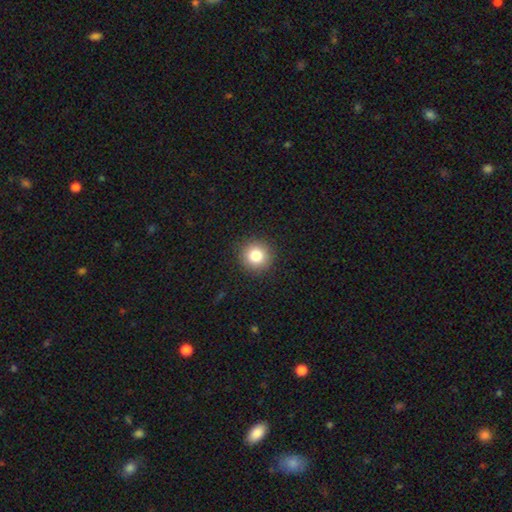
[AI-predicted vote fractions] Overall: smooth (82%). How rounded: round (94%). Merging: none (92%).